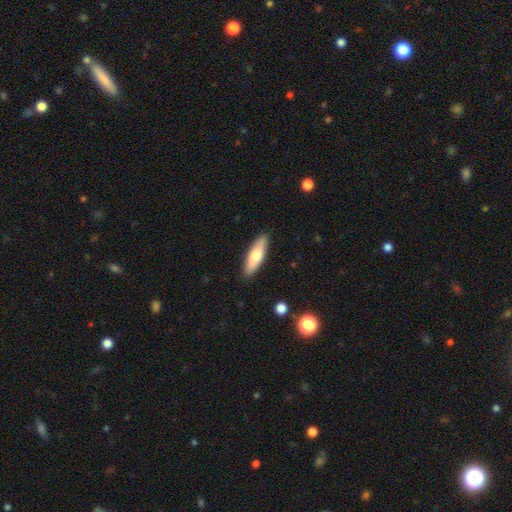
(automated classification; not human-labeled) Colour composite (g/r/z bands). It shows a smooth galaxy with no disk features (69%) that is cigar-shaped (59%). Merging: none (89%).